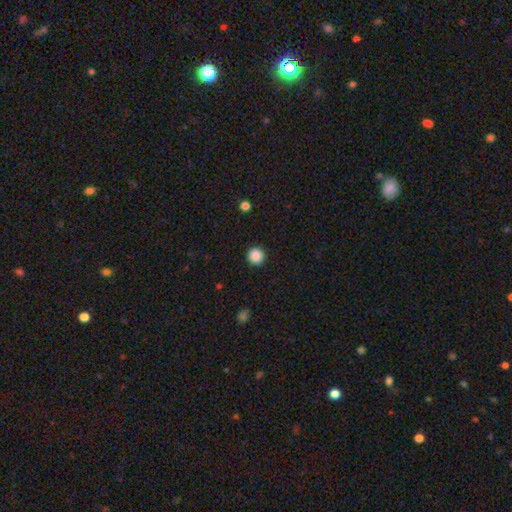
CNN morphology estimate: Smooth or featured? smooth (87%)
How rounded? round (95%)
Merging? none (92%)